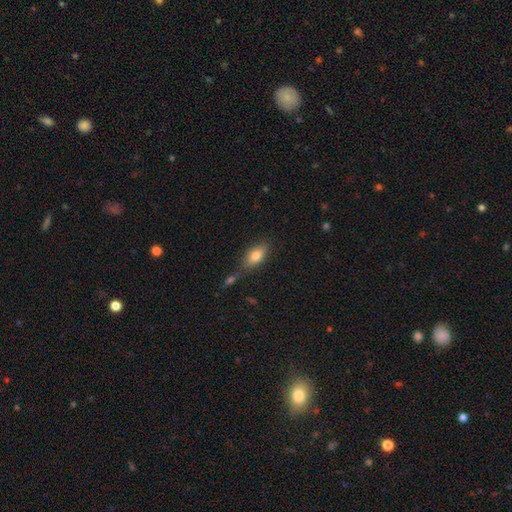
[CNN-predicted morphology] smooth-or-featured: smooth: 77% | featured or disk: 15% | star or artifact: 8%
  how-rounded: in between: 84% | cigar-shaped: 12% | round: 5%
  merging: none: 60% | merger: 18% | minor disturbance: 16% | major disturbance: 5%